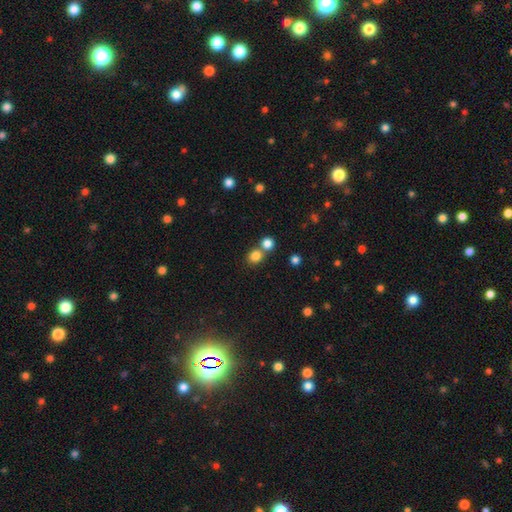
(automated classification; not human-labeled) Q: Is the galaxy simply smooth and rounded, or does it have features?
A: smooth — 82%.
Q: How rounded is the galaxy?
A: round — 80%.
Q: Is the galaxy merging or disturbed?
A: none — 57%.